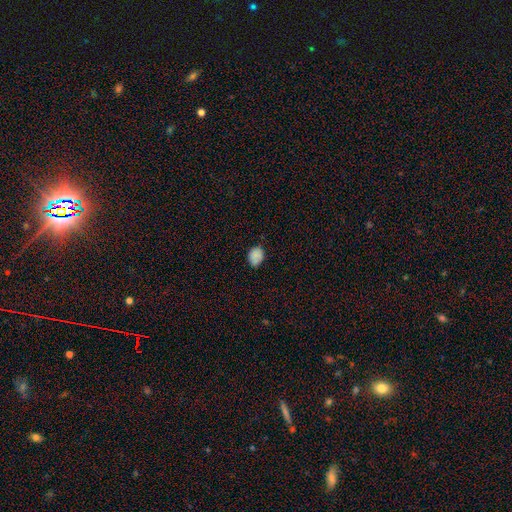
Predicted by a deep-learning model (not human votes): Q: Smooth or featured?
A: smooth (85%); runner-up: star or artifact (9%)
Q: How rounded?
A: in between (59%); runner-up: round (41%)
Q: Merging?
A: none (75%); runner-up: minor disturbance (21%)